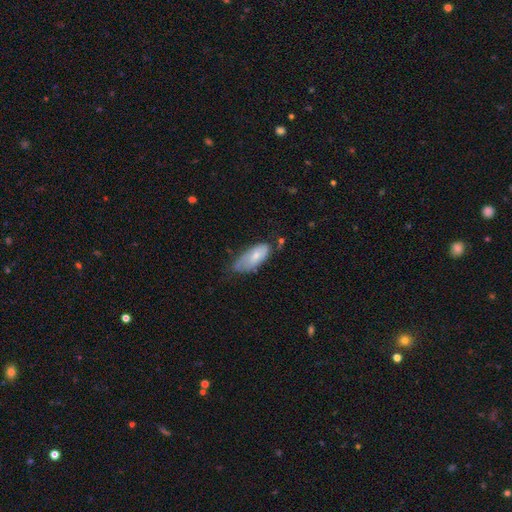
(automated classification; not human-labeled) Smooth or featured?
  - smooth: 65% *
  - featured or disk: 28%
  - star or artifact: 6%
How rounded?
  - in between: 85% *
  - cigar-shaped: 13%
  - round: 2%
Merging?
  - minor disturbance: 41% * (tied)
  - none: 41% * (tied)
  - major disturbance: 14%
  - merger: 4%